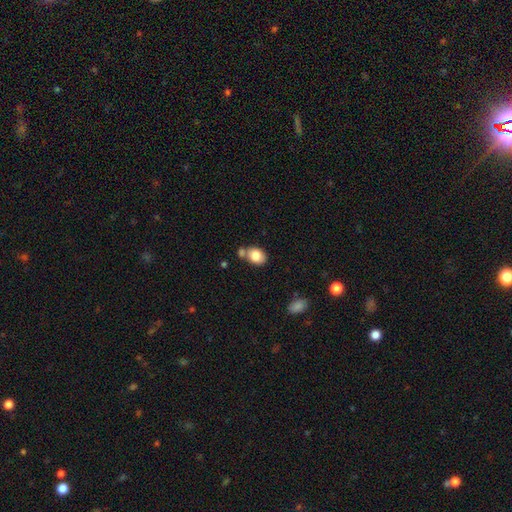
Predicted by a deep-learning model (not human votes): A smooth galaxy with no disk features (82%) that is in between round and cigar-shaped (63%).

Vote fractions:
- Smooth or featured? smooth: 82% / featured or disk: 9% / star or artifact: 8%
- How rounded? in between: 63% / round: 36% / cigar-shaped: 1%
- Merging? none: 56% / merger: 25% / minor disturbance: 15% / major disturbance: 4%